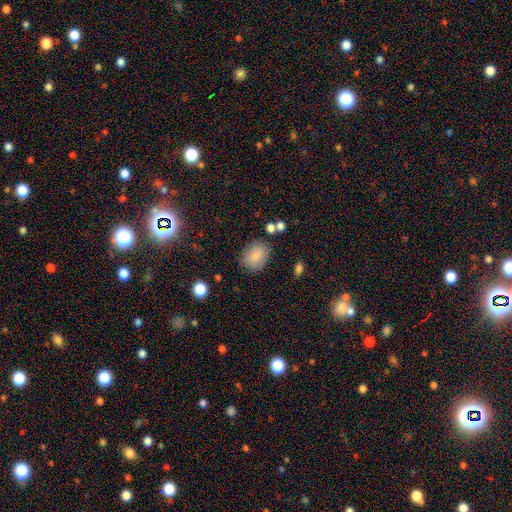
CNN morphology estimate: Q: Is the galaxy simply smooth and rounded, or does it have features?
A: smooth — 85%.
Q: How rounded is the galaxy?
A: in between — 59%.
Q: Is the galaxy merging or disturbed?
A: none — 77%.